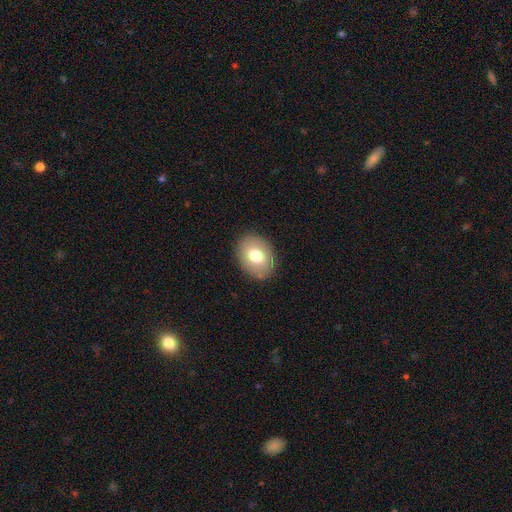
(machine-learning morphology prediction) Smooth or featured?
  - smooth: 73% *
  - featured or disk: 18%
  - star or artifact: 8%
How rounded?
  - in between: 62% *
  - round: 38%
  - cigar-shaped: 1%
Merging?
  - none: 86% *
  - minor disturbance: 10%
  - major disturbance: 3%
  - merger: 1%